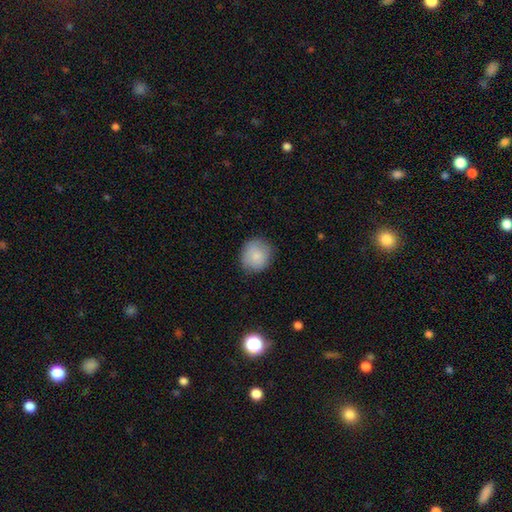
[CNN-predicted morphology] Q: Smooth or featured?
A: smooth (81%); runner-up: featured or disk (12%)
Q: How rounded?
A: round (86%); runner-up: in between (13%)
Q: Merging?
A: none (82%); runner-up: minor disturbance (14%)